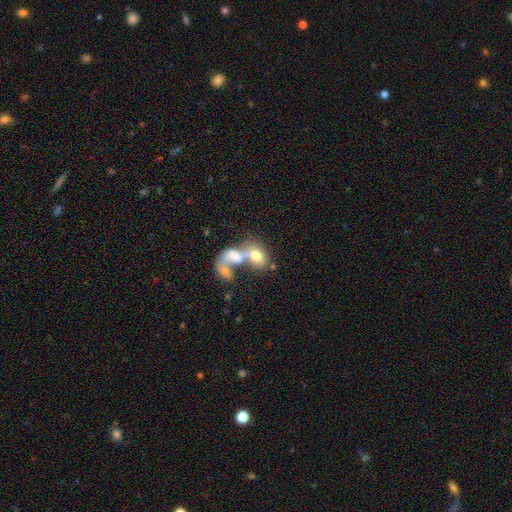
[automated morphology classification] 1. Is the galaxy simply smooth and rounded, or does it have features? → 63% smooth, 27% featured or disk, 10% star or artifact.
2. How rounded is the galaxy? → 74% in between, 24% round, 2% cigar-shaped.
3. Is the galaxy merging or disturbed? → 67% merger, 15% none, 12% major disturbance, 6% minor disturbance.